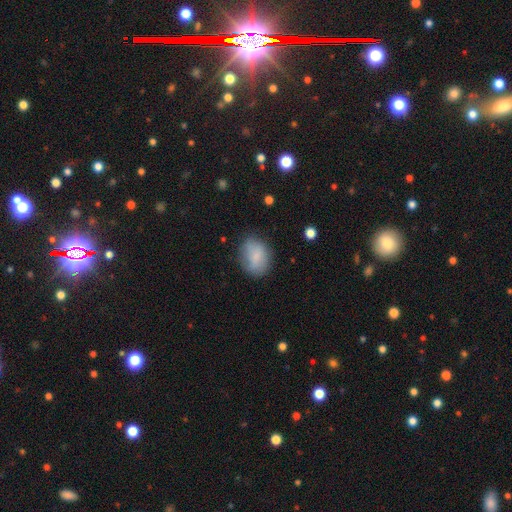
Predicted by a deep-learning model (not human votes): smooth-or-featured: smooth: 79% | featured or disk: 14% | star or artifact: 8%
  how-rounded: in between: 64% | round: 35% | cigar-shaped: 1%
  merging: none: 69% | minor disturbance: 23% | major disturbance: 7% | merger: 2%